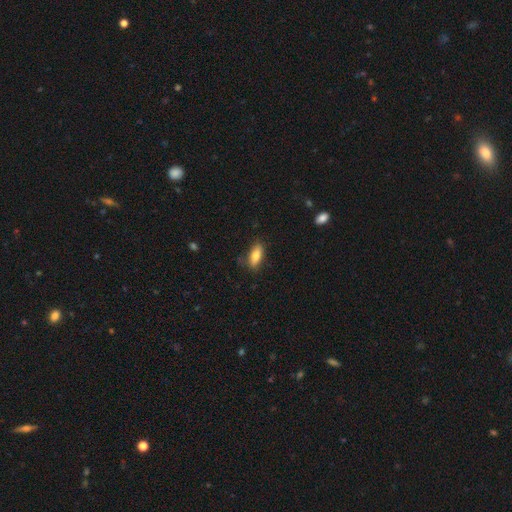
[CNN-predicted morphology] A smooth galaxy with no disk features (80%) that is in between round and cigar-shaped (76%).

Vote fractions:
- Smooth or featured? smooth: 80% / featured or disk: 13% / star or artifact: 7%
- How rounded? in between: 76% / cigar-shaped: 21% / round: 3%
- Merging? none: 76% / minor disturbance: 18% / major disturbance: 4% / merger: 2%